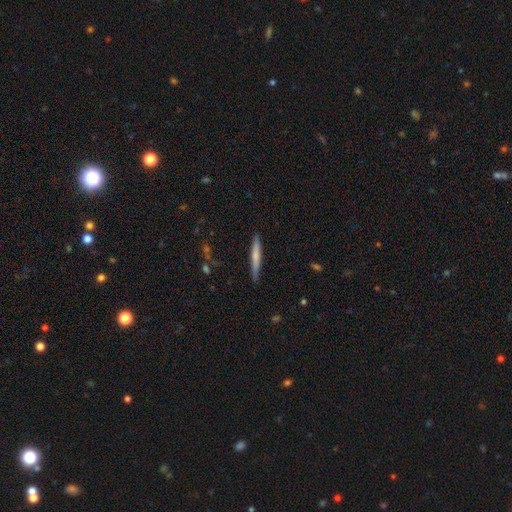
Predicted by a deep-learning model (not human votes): Smooth or featured: smooth — 61% (featured or disk — 33%)
How rounded: cigar-shaped — 96% (in between — 3%)
Merging: none — 88% (minor disturbance — 9%)